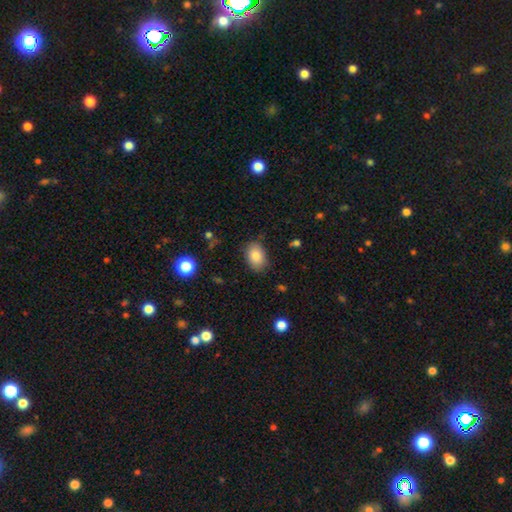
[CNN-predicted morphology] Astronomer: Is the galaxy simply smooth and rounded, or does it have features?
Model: smooth — 84%.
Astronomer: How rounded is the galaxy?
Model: in between — 84%.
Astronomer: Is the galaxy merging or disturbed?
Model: none — 83%.